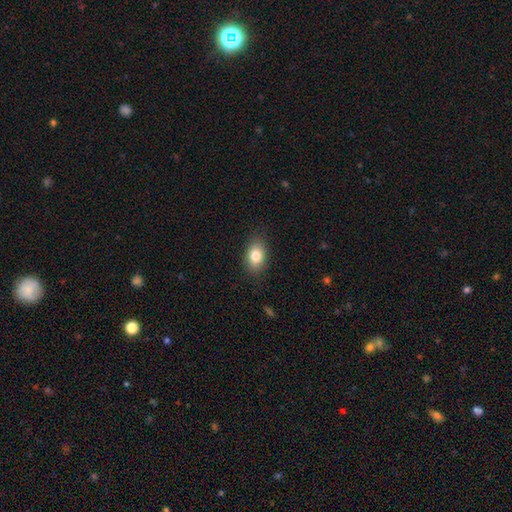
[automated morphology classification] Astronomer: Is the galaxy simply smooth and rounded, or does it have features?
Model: smooth — 81%.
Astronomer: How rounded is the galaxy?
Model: in between — 82%.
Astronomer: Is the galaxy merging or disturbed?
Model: none — 85%.